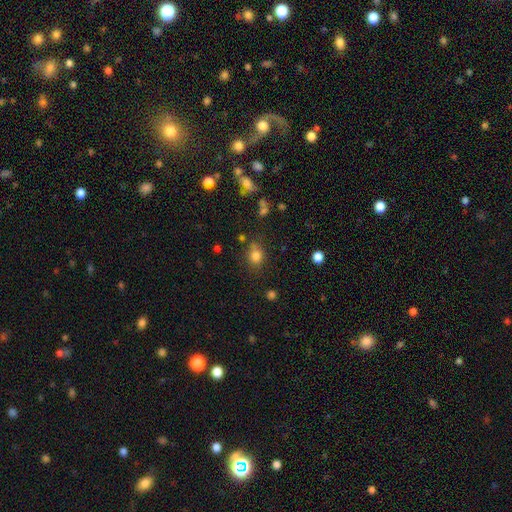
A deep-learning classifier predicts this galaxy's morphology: A smooth galaxy with no disk features (80%) that is round (64%).

Vote fractions:
- Smooth or featured? smooth: 80% / star or artifact: 14% / featured or disk: 7%
- How rounded? round: 64% / in between: 35% / cigar-shaped: 1%
- Merging? none: 68% / minor disturbance: 18% / merger: 8% / major disturbance: 6%